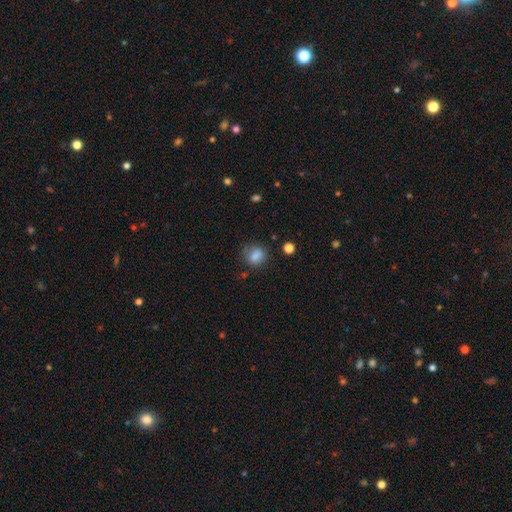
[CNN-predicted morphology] smooth 83%, star or artifact 10%, featured or disk 7%. Down the decision tree: how rounded — round (63%); merging — none (72%).